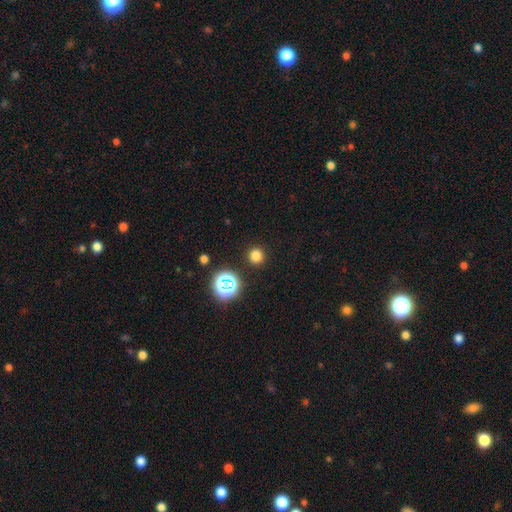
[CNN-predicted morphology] Smooth or featured?
  - smooth: 75% *
  - star or artifact: 20%
  - featured or disk: 5%
How rounded?
  - round: 93% *
  - in between: 6%
  - cigar-shaped: 1%
Merging?
  - none: 90% *
  - minor disturbance: 6%
  - major disturbance: 2%
  - merger: 2%